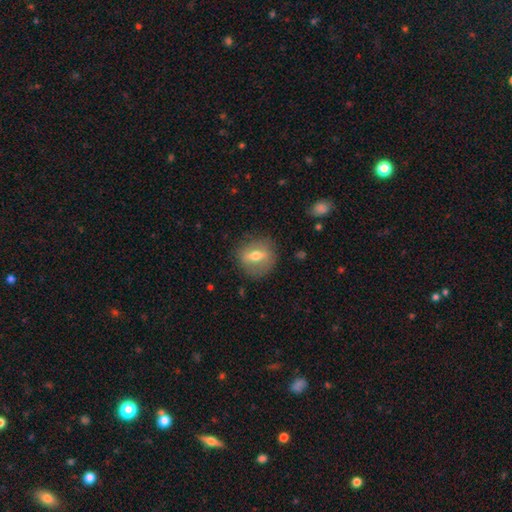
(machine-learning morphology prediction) Smooth or featured? smooth (47%)
Merging? none (82%)